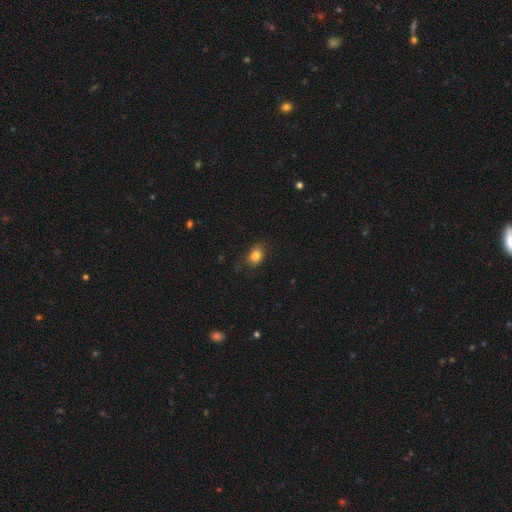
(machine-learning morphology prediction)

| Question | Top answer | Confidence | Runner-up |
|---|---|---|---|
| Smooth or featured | smooth | 82% | star or artifact (10%) |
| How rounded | in between | 62% | round (36%) |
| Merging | none | 73% | minor disturbance (21%) |